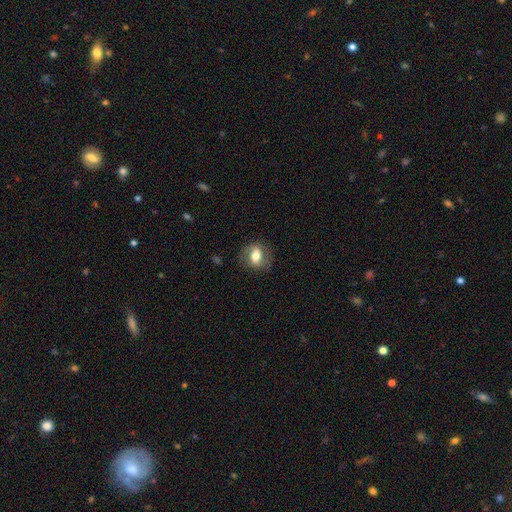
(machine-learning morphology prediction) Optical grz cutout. It shows a smooth galaxy with no disk features (56%) that is in between round and cigar-shaped (59%). Merging: none (75%).